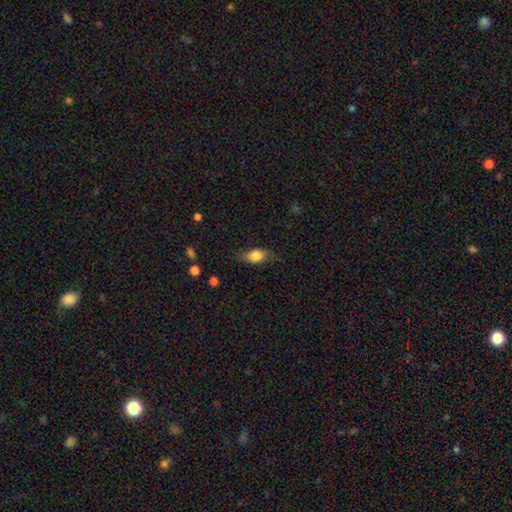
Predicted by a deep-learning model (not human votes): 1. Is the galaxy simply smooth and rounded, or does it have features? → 70% smooth, 22% featured or disk, 8% star or artifact.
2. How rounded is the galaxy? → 78% in between, 11% cigar-shaped, 11% round.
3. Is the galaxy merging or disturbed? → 69% none, 22% minor disturbance, 8% major disturbance, 1% merger.